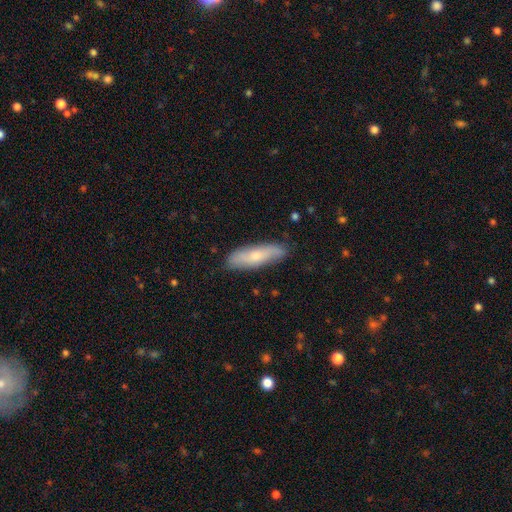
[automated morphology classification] A smooth galaxy with no disk features (63%) that is cigar-shaped (60%).

Vote fractions:
- Smooth or featured? smooth: 63% / featured or disk: 31% / star or artifact: 6%
- How rounded? cigar-shaped: 60% / in between: 38% / round: 2%
- Merging? none: 83% / minor disturbance: 13% / major disturbance: 2% / merger: 1%